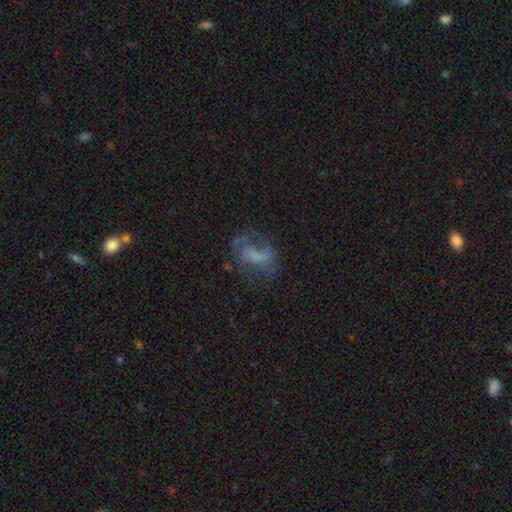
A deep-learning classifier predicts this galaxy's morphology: Smooth or featured?
  - featured or disk: 58% *
  - smooth: 27%
  - star or artifact: 15%
Edge-on disk?
  - no: 97% *
  - yes: 3%
Bar?
  - no: 50% *
  - weak: 36%
  - strong: 14%
Spiral arms?
  - yes: 66% *
  - no: 34%
Bulge size?
  - none: 53% *
  - small: 22%
  - moderate: 16%
  - large: 7%
  - dominant: 2%
Merging?
  - none: 45% *
  - major disturbance: 32%
  - minor disturbance: 19%
  - merger: 3%